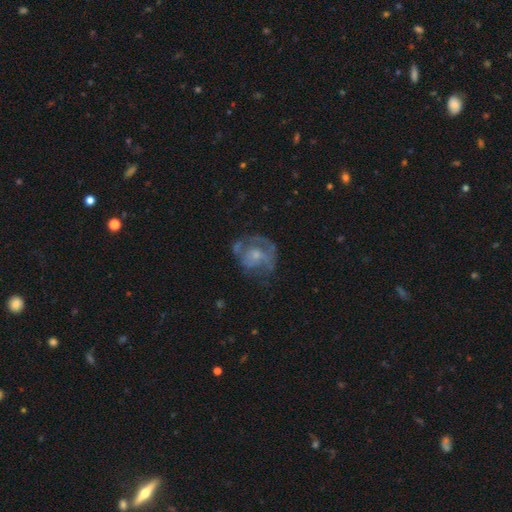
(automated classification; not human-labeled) Smooth or featured? Predicted: featured or disk (p=0.66). Edge-on disk? Predicted: no (p=0.97). Bar? Predicted: no (p=0.76). Spiral arms? Predicted: yes (p=0.56). Bulge size? Predicted: small (p=0.47). Merging? Predicted: none (p=0.46).